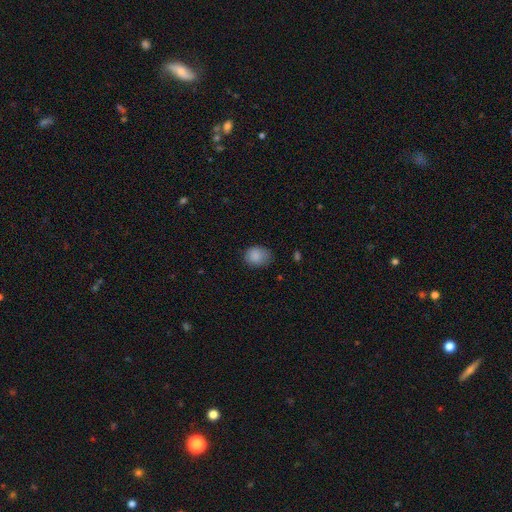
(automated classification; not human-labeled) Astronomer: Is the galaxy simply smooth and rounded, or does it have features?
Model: smooth — 86%.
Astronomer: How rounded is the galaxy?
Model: in between — 53% (runner-up: round, 46%).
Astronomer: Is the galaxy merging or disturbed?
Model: none — 62%.